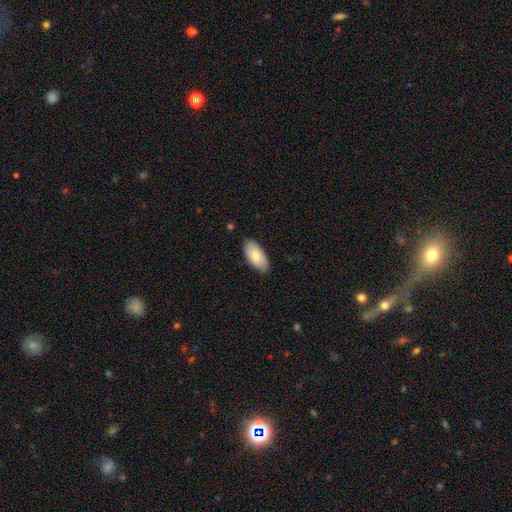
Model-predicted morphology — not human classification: Q: Smooth or featured?
A: smooth (82%); runner-up: featured or disk (12%)
Q: How rounded?
A: in between (93%); runner-up: cigar-shaped (5%)
Q: Merging?
A: none (84%); runner-up: minor disturbance (13%)